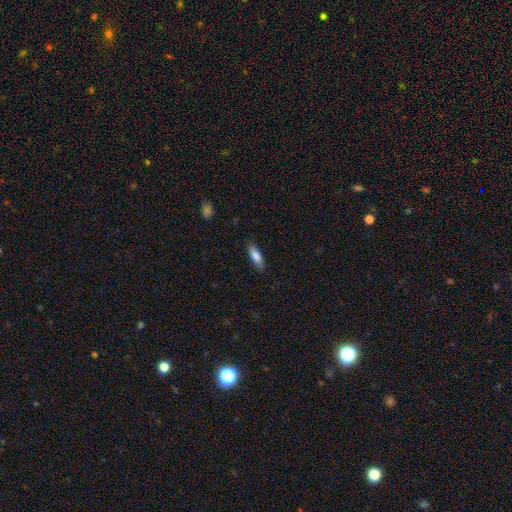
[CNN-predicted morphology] Overall: smooth (81%). How rounded: in between (51%; cigar-shaped 47%). Merging: none (85%).